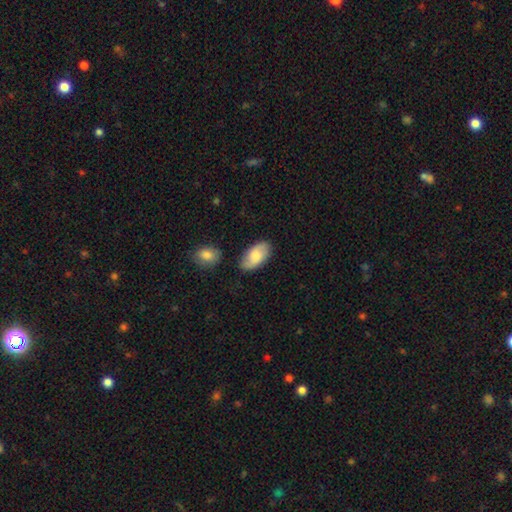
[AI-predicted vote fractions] Overall: smooth (64%; featured or disk 29%). How rounded: in between (94%). Merging: none (76%).